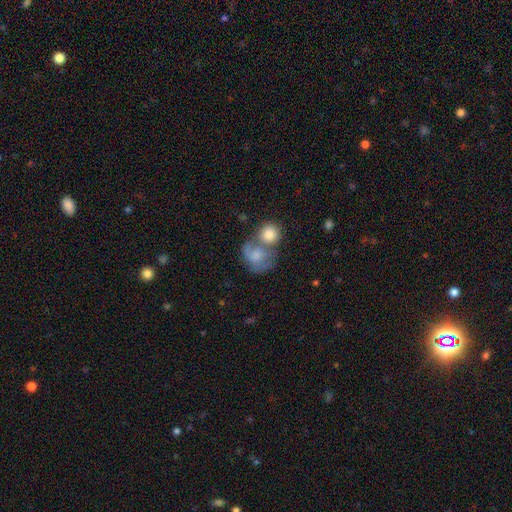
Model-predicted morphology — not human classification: Smooth or featured? Predicted: smooth (p=0.60). How rounded? Predicted: round (p=0.61). Merging? Predicted: merger (p=0.55).